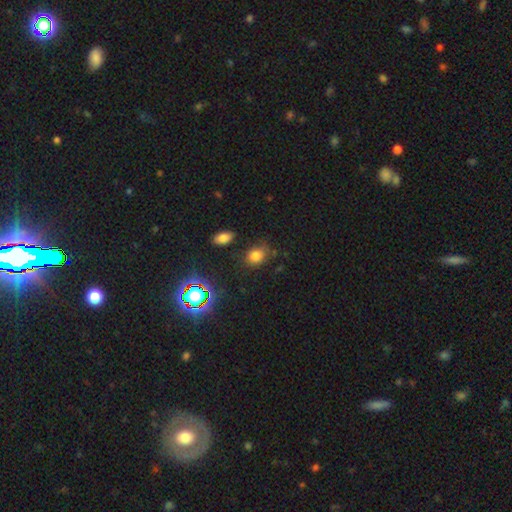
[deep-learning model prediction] Morphology: type=smooth (75%); roundness=round (52%); merging=none (75%).